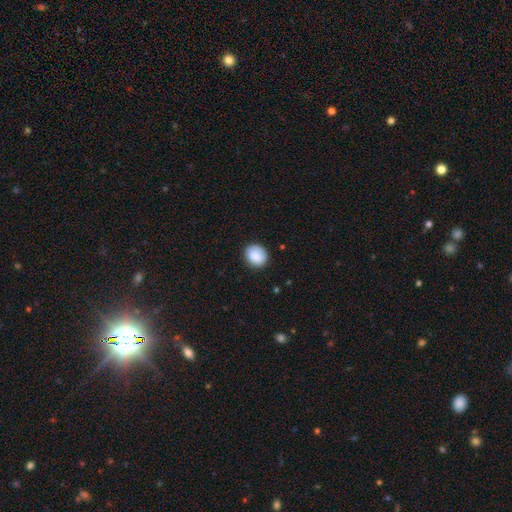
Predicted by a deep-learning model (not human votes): Smooth or featured: smooth — 88% (star or artifact — 7%)
How rounded: round — 66% (in between — 33%)
Merging: none — 86% (minor disturbance — 11%)